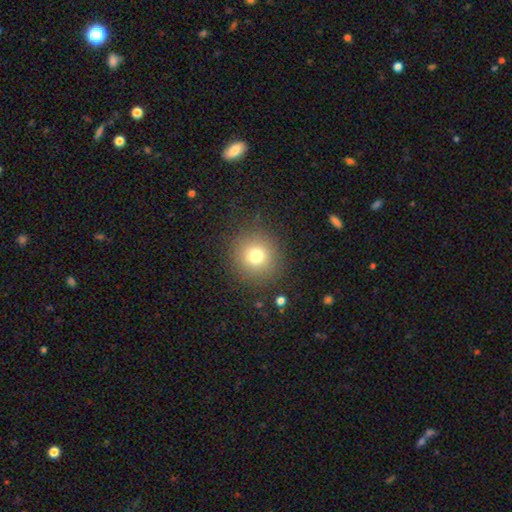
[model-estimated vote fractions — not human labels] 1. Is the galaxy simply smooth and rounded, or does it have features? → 75% smooth, 14% star or artifact, 11% featured or disk.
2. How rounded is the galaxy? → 93% round, 6% in between, 1% cigar-shaped.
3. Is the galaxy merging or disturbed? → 86% none, 8% minor disturbance, 4% major disturbance, 1% merger.